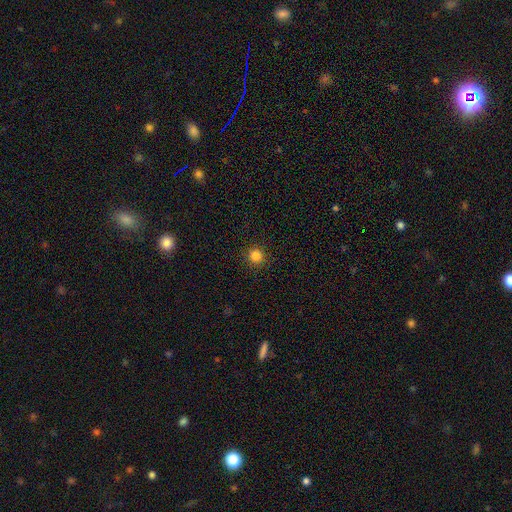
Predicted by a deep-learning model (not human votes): This is clearly a smooth galaxy (83%). How rounded: clearly round (94%). Merging: clearly none (92%).